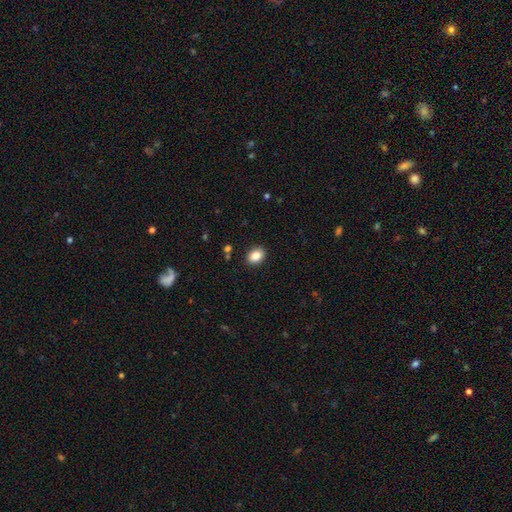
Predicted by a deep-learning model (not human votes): Morphology: type=smooth (85%); roundness=in between (66%); merging=none (89%).